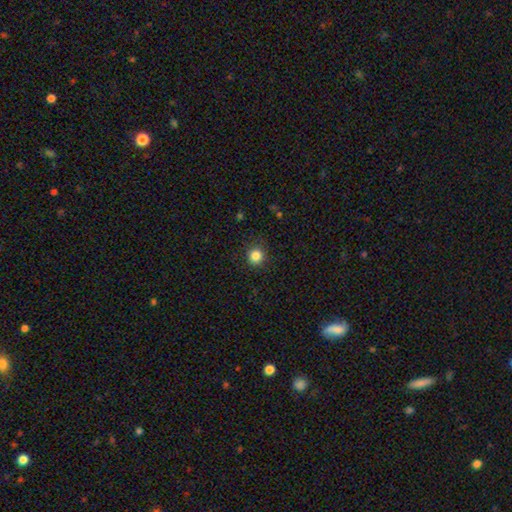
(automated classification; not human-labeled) A smooth galaxy with no disk features (84%) that is round (93%). Merging: none (90%).